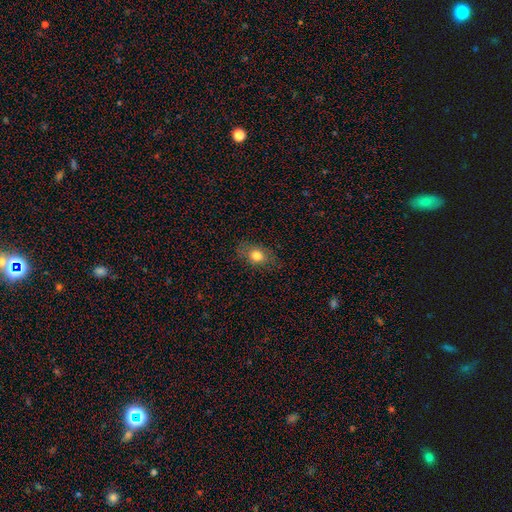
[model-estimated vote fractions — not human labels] smooth_or_featured: smooth (p=0.77) [alt: featured or disk p=0.13]
how_rounded: in between (p=0.68) [alt: round p=0.29]
merging: none (p=0.80) [alt: minor disturbance p=0.15]